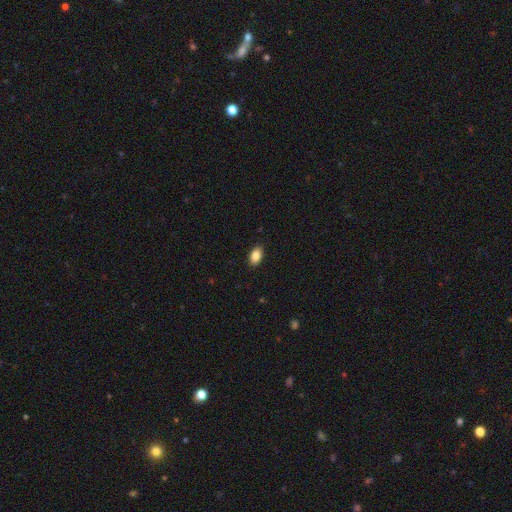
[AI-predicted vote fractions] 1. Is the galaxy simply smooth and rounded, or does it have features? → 86% smooth, 8% star or artifact, 6% featured or disk.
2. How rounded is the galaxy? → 91% in between, 7% round, 2% cigar-shaped.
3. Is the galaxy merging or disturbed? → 89% none, 8% minor disturbance, 2% major disturbance, 1% merger.